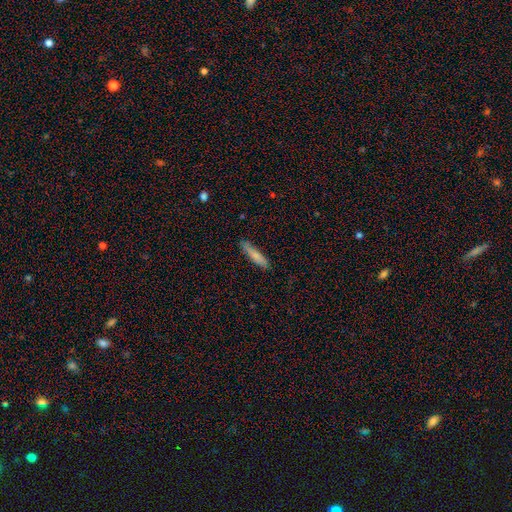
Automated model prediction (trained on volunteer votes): Morphology: type=smooth (77%); roundness=cigar-shaped (82%); merging=none (81%).